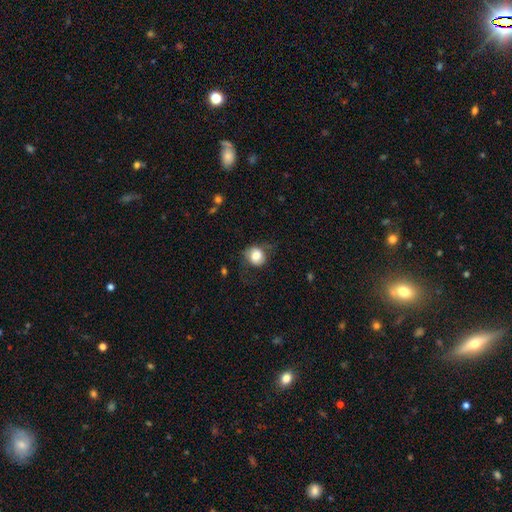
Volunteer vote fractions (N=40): Morphology: type=smooth (82%); roundness=round (64%); merging=none (61%).